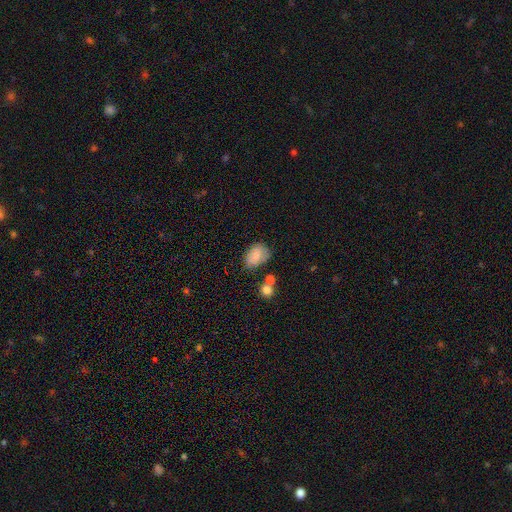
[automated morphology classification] This is likely a smooth galaxy (78%). How rounded: clearly in between (83%). Merging: likely none (60%).